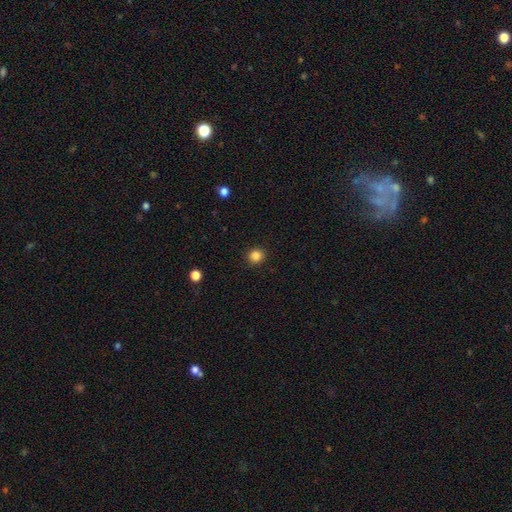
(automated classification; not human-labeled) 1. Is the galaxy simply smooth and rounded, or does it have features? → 85% smooth, 11% star or artifact, 3% featured or disk.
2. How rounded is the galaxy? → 90% round, 9% in between, 1% cigar-shaped.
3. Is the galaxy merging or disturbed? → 92% none, 5% minor disturbance, 2% major disturbance, 1% merger.